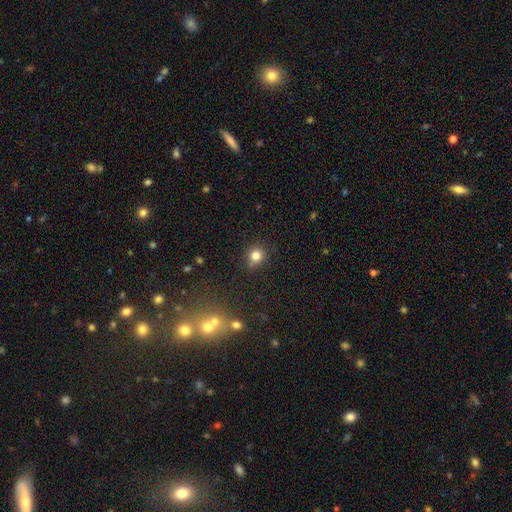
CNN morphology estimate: Overall: smooth (80%). How rounded: round (87%). Merging: none (80%).